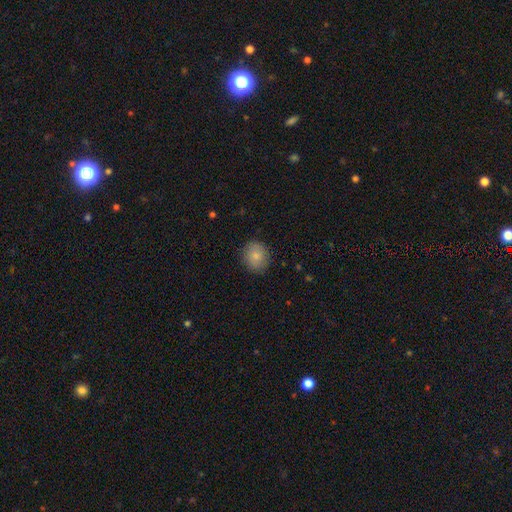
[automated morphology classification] type=smooth (84%); roundness=round (76%); merging=none (86%).